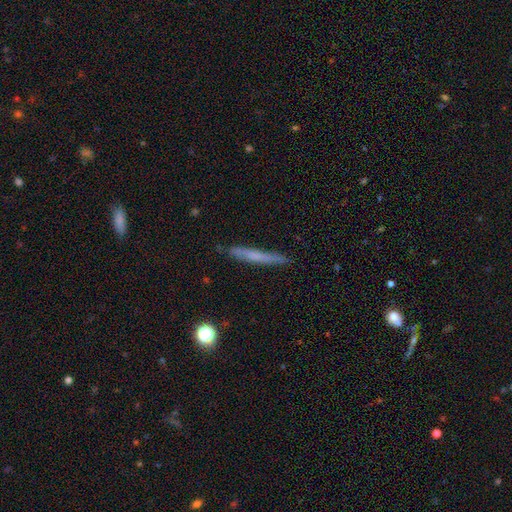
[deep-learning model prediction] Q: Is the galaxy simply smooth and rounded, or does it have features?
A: smooth — 54%.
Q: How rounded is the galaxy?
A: cigar-shaped — 95%.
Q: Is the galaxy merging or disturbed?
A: none — 86%.